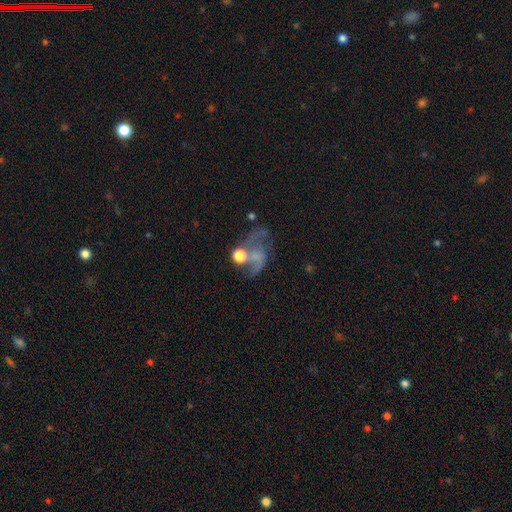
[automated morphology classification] A featured or disk galaxy (63%) with no bar (68%), spiral arms (75%) and no central bulge (30%, tied with small).

Vote fractions:
- Smooth or featured? featured or disk: 63% / smooth: 22% / star or artifact: 15%
- Edge-on disk? no: 97% / yes: 3%
- Bar? no: 68% / weak: 26% / strong: 6%
- Spiral arms? yes: 75% / no: 25%
- Bulge size? none: 30% (tied) / small: 30% (tied) / moderate: 29% / large: 8% / dominant: 3%
- Merging? none: 36% / major disturbance: 31% / minor disturbance: 17% / merger: 16%